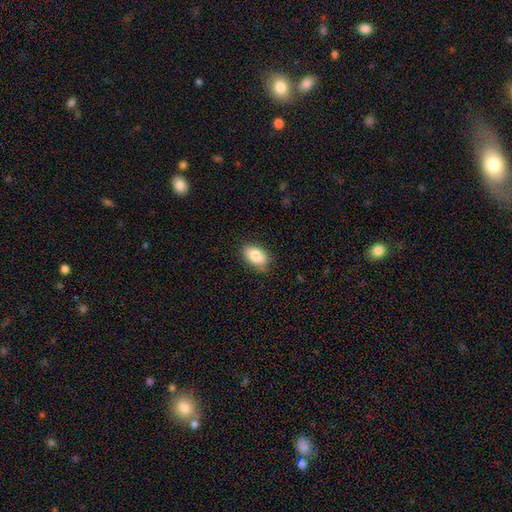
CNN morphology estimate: A smooth galaxy with no disk features (85%) that is in between round and cigar-shaped (92%).

Vote fractions:
- Smooth or featured? smooth: 85% / featured or disk: 8% / star or artifact: 7%
- How rounded? in between: 92% / round: 6% / cigar-shaped: 2%
- Merging? none: 78% / minor disturbance: 17% / major disturbance: 3% / merger: 1%